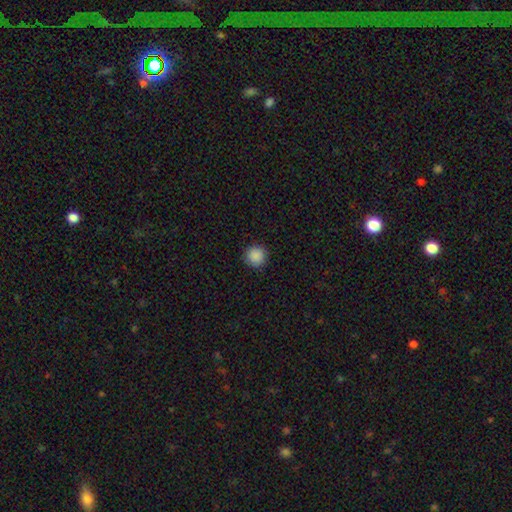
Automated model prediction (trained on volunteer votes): Morphology: type=smooth (88%); roundness=round (95%); merging=none (91%).